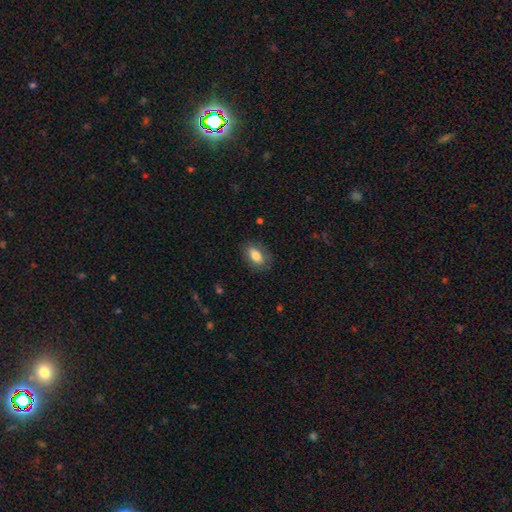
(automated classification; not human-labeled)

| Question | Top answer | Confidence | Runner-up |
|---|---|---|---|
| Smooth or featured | smooth | 81% | featured or disk (12%) |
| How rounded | in between | 89% | round (7%) |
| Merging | none | 82% | minor disturbance (13%) |